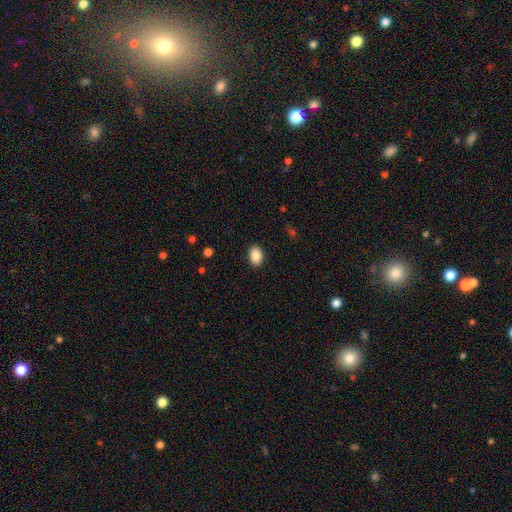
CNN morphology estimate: A smooth galaxy with no disk features (89%) that is in between round and cigar-shaped (77%). Merging: none (89%).